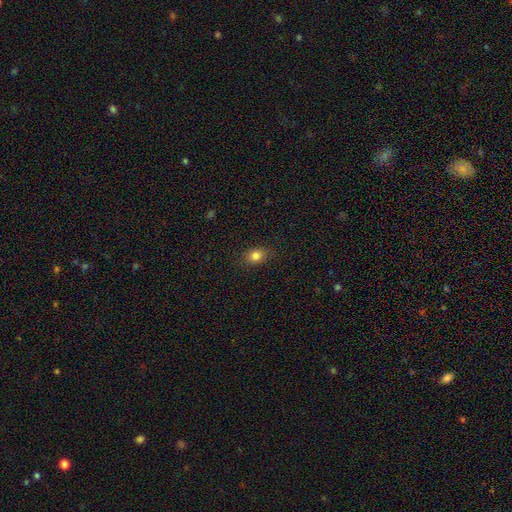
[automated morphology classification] Smooth or featured: smooth — 84% (star or artifact — 11%)
How rounded: in between — 59% (round — 39%)
Merging: none — 86% (minor disturbance — 11%)